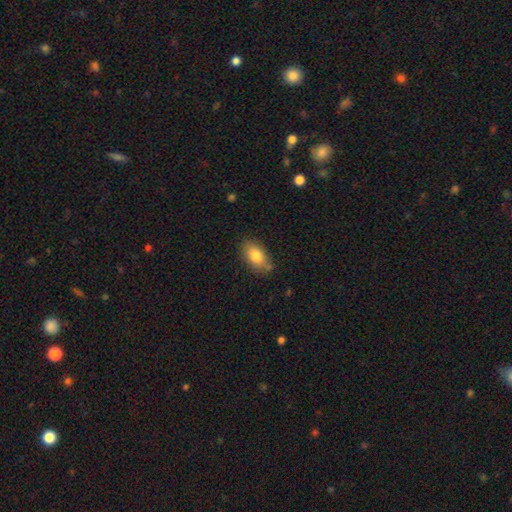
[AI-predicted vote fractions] This is clearly a smooth galaxy (82%). How rounded: clearly in between (90%). Merging: likely none (79%).